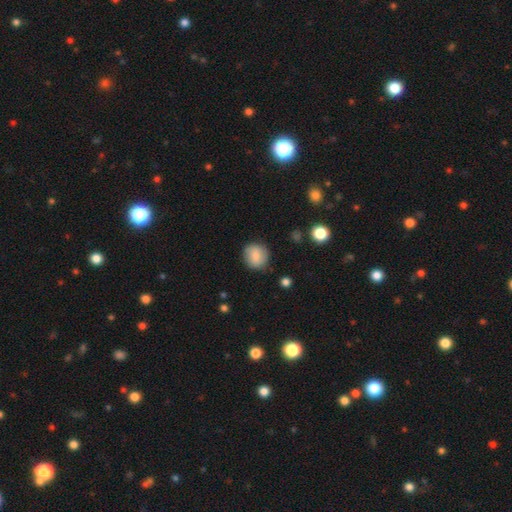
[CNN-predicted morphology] Overall: smooth (81%). How rounded: round (86%). Merging: none (84%).